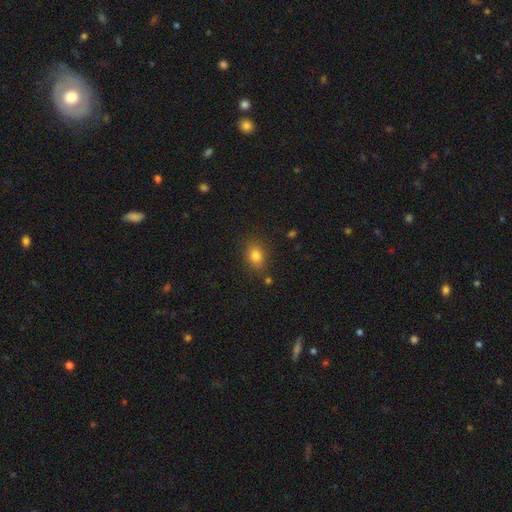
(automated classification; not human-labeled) Smooth or featured? smooth (82%)
How rounded? in between (59%)
Merging? none (81%)